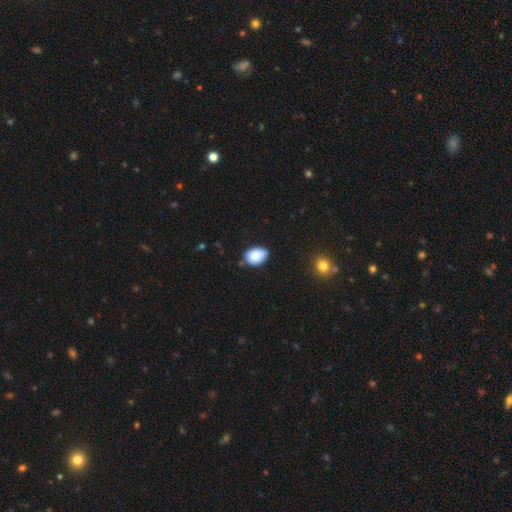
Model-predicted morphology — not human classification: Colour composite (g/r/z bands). It shows a smooth galaxy with no disk features (82%) that is in between round and cigar-shaped (78%). Merging: none (62%).